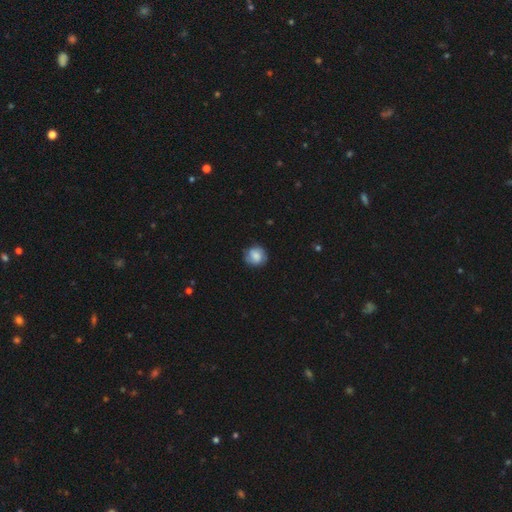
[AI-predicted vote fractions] smooth 64%, featured or disk 28%, star or artifact 8%. Down the decision tree: how rounded — round (84%); merging — none (78%).